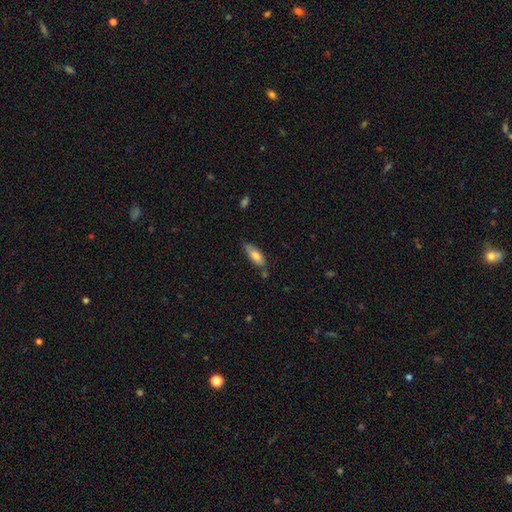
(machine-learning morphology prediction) smooth-or-featured: smooth: 76% | featured or disk: 18% | star or artifact: 6%
  how-rounded: in between: 68% | cigar-shaped: 30% | round: 2%
  merging: none: 69% | minor disturbance: 22% | merger: 5% | major disturbance: 4%